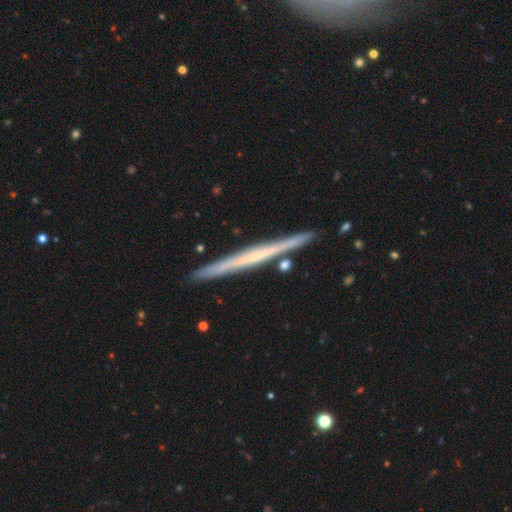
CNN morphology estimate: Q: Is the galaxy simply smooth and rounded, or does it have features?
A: featured or disk — 63%.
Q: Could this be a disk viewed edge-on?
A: yes — 98%.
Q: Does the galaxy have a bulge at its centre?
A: none — 85%.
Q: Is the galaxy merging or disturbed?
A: none — 89%.